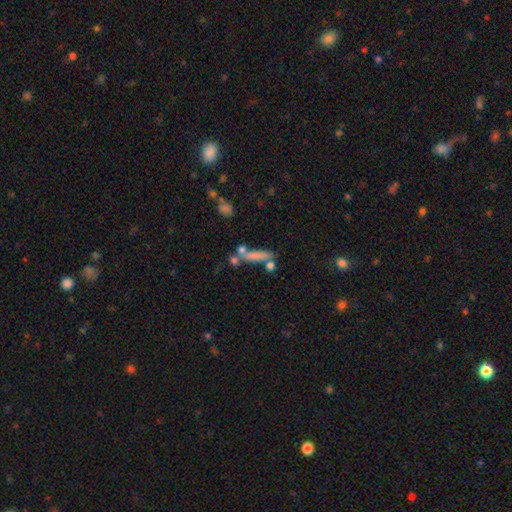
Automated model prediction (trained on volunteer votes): Overall: smooth (69%). How rounded: cigar-shaped (75%). Merging: none (52%; merger 25%).